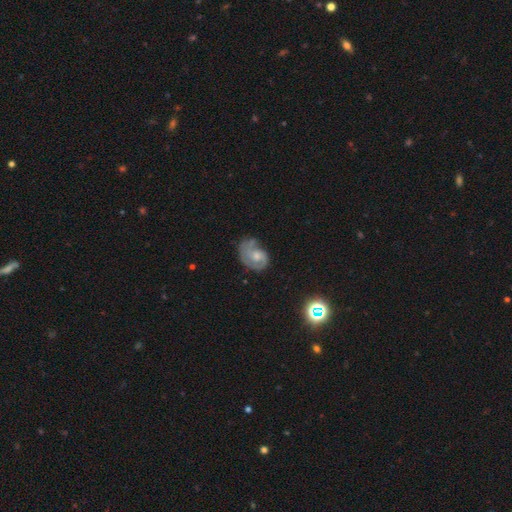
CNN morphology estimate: A featured or disk galaxy (69%) with no bar (72%), 2 (43%) tight (45%) spiral arms (86%) and a moderate central bulge (50%).

Vote fractions:
- Smooth or featured? featured or disk: 69% / smooth: 23% / star or artifact: 8%
- Edge-on disk? no: 97% / yes: 3%
- Bar? no: 72% / weak: 25% / strong: 3%
- Spiral arms? yes: 86% / no: 14%
- Spiral winding? tight: 45% / medium: 38% / loose: 17%
- Spiral arm count? 2: 43% / 1: 25% / can't tell: 21% / 3: 7% / 4: 2% / more than 4: 2%
- Bulge size? moderate: 50% / small: 36% / none: 7% / large: 6% / dominant: 1%
- Merging? none: 45% / minor disturbance: 30% / major disturbance: 21% / merger: 4%